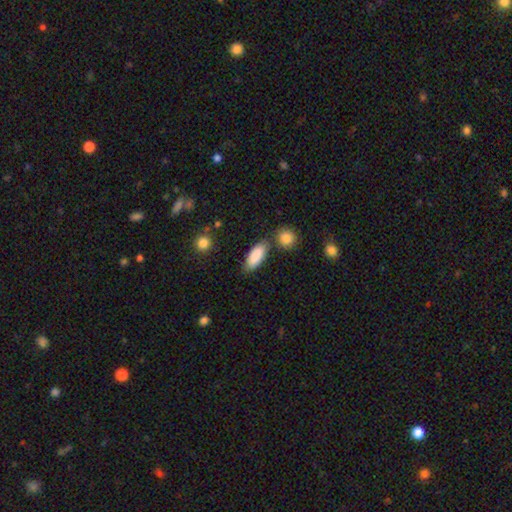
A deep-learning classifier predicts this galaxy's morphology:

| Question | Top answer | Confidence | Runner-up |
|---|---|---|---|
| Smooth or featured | smooth | 88% | featured or disk (6%) |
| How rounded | in between | 81% | cigar-shaped (16%) |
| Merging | none | 74% | minor disturbance (13%) |